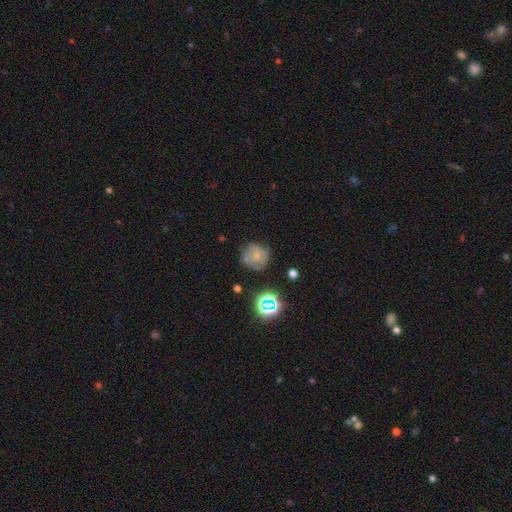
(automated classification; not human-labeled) smooth 55%, featured or disk 30%, star or artifact 16%. Down the decision tree: how rounded — round (89%); merging — none (66%).